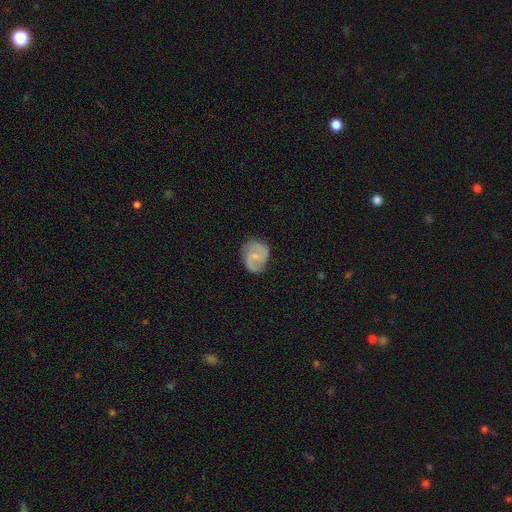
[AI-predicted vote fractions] smooth_or_featured: featured or disk (p=0.62) [alt: smooth p=0.31]
disk_edge_on: no (p=0.98) [alt: yes p=0.02]
bar: weak (p=0.48) [alt: no p=0.41]
has_spiral_arms: yes (p=0.90) [alt: no p=0.10]
spiral_winding: medium (p=0.49) [alt: loose p=0.30]
spiral_arm_count: 2 (p=0.83) [alt: can't tell p=0.08]
bulge_size: small (p=0.60) [alt: moderate p=0.19]
merging: none (p=0.74) [alt: minor disturbance p=0.18]